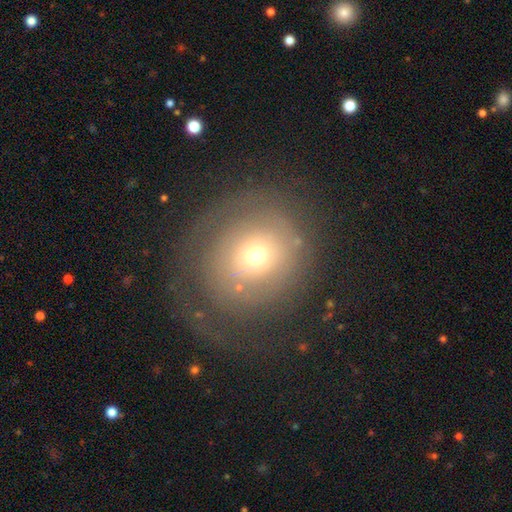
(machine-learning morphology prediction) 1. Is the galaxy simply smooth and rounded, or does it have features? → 45% smooth, 42% featured or disk, 12% star or artifact.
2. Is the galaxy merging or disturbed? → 57% none, 23% major disturbance, 18% minor disturbance, 2% merger.